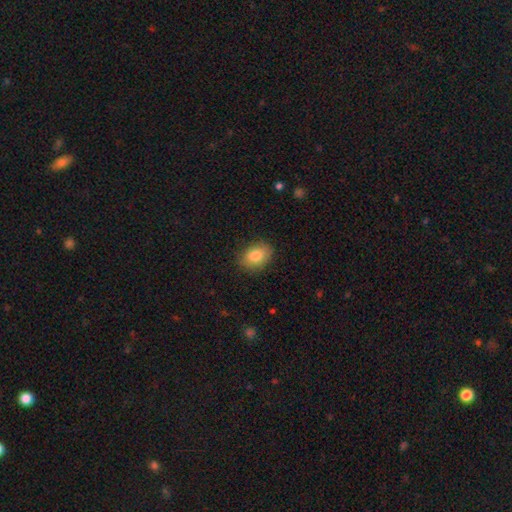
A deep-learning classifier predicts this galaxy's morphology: Smooth or featured?
  - smooth: 83% *
  - featured or disk: 9%
  - star or artifact: 8%
How rounded?
  - in between: 72% *
  - round: 27%
  - cigar-shaped: 1%
Merging?
  - none: 85% *
  - minor disturbance: 12%
  - major disturbance: 3%
  - merger: 1%